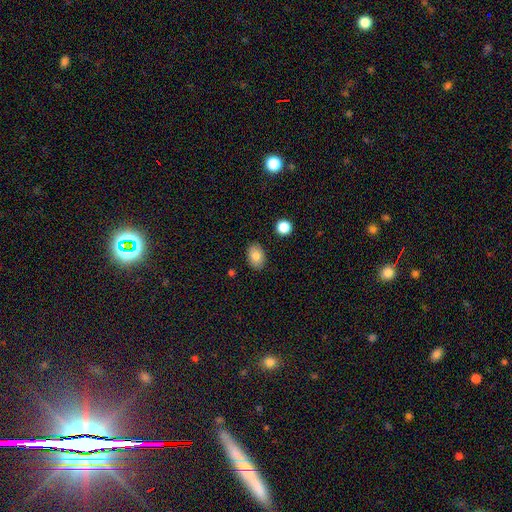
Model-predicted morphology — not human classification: Overall: smooth (82%). How rounded: in between (81%). Merging: none (86%).